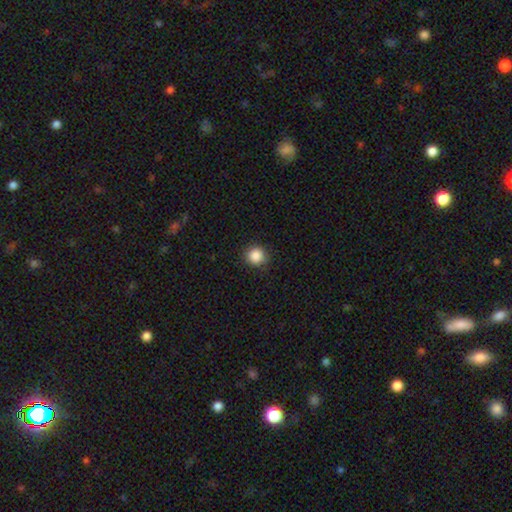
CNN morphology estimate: A smooth galaxy with no disk features (87%) that is round (93%).

Vote fractions:
- Smooth or featured? smooth: 87% / star or artifact: 10% / featured or disk: 3%
- How rounded? round: 93% / in between: 6% / cigar-shaped: 1%
- Merging? none: 89% / minor disturbance: 7% / major disturbance: 2% / merger: 1%